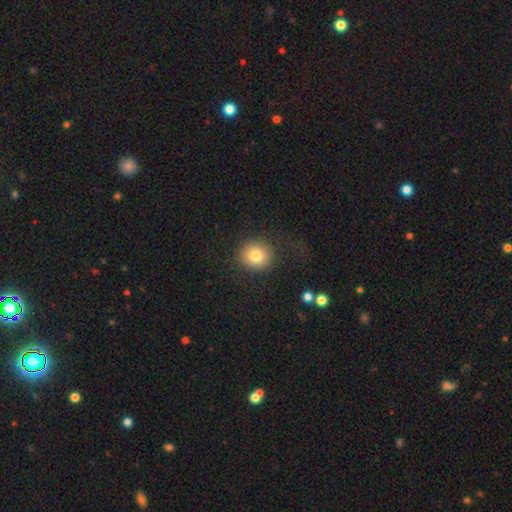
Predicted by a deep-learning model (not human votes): Smooth or featured?
  - smooth: 80% *
  - star or artifact: 11%
  - featured or disk: 10%
How rounded?
  - round: 92% *
  - in between: 7%
  - cigar-shaped: 1%
Merging?
  - none: 85% *
  - minor disturbance: 8%
  - major disturbance: 6%
  - merger: 1%